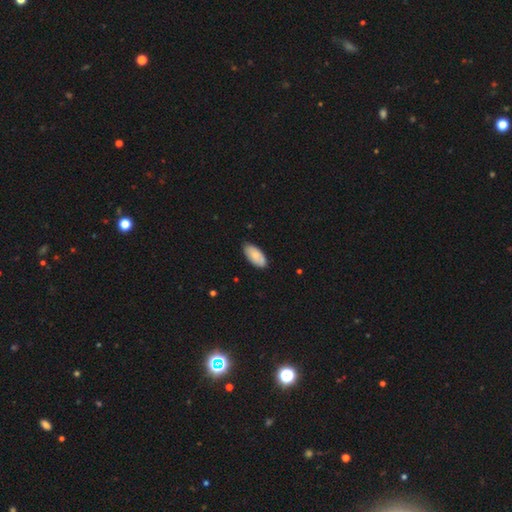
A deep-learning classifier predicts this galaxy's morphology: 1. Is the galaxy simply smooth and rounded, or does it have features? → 81% smooth, 13% featured or disk, 6% star or artifact.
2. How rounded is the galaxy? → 94% in between, 5% cigar-shaped, 2% round.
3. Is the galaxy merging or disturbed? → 83% none, 14% minor disturbance, 2% major disturbance, 1% merger.